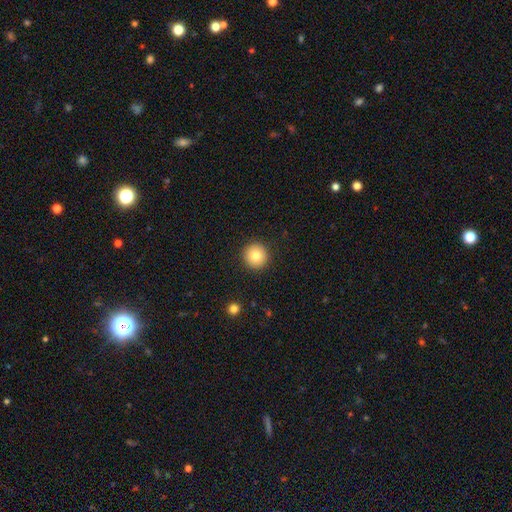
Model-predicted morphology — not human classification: smooth-or-featured: smooth: 81% | star or artifact: 10% | featured or disk: 9%
  how-rounded: round: 95% | in between: 4% | cigar-shaped: 1%
  merging: none: 92% | minor disturbance: 5% | major disturbance: 2% | merger: 1%